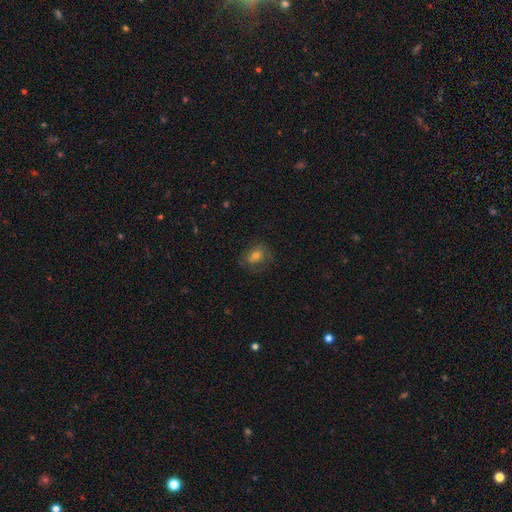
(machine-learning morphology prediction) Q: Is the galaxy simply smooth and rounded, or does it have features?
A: smooth — 63%.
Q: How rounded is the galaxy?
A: in between — 52%.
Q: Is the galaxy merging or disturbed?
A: none — 68%.